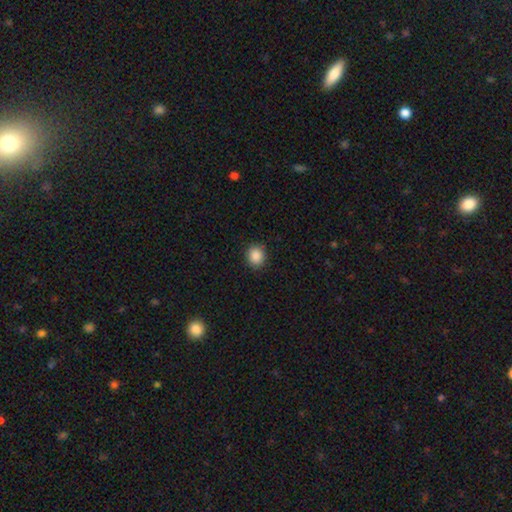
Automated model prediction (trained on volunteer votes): This appears to be a smooth galaxy with no disk features (88%) that is round (78%). Merging: none (90%).